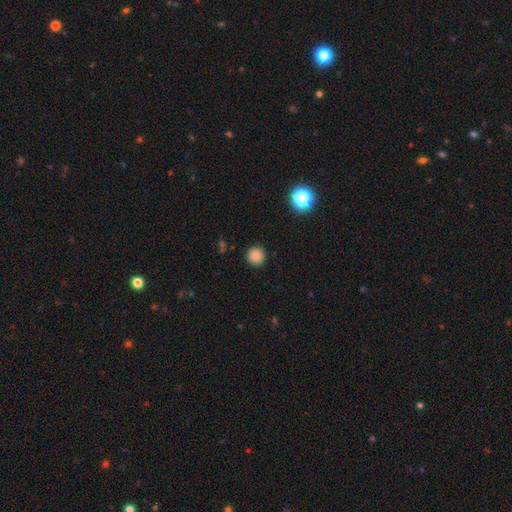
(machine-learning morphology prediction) Q: Smooth or featured?
A: smooth (85%); runner-up: star or artifact (12%)
Q: How rounded?
A: round (95%); runner-up: in between (4%)
Q: Merging?
A: none (91%); runner-up: minor disturbance (6%)